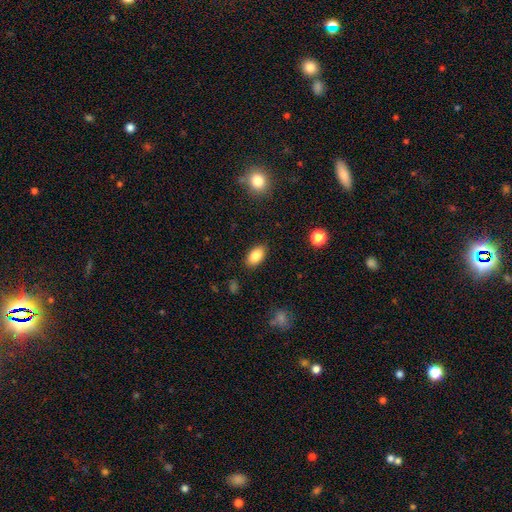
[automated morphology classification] Smooth or featured? smooth (87%)
How rounded? in between (92%)
Merging? none (87%)